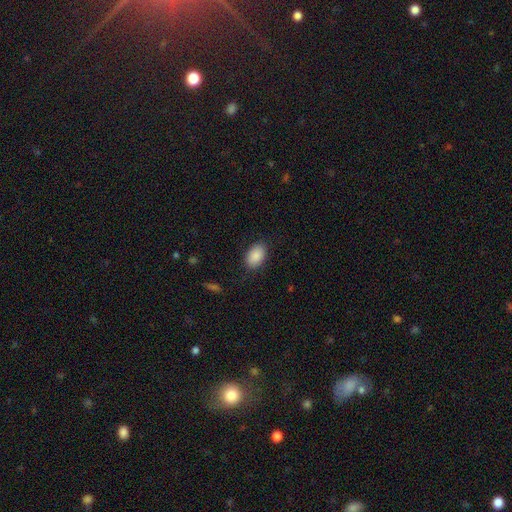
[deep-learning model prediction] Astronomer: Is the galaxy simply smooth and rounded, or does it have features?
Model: smooth — 89%.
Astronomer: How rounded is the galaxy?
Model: in between — 89%.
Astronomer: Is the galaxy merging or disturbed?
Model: none — 85%.